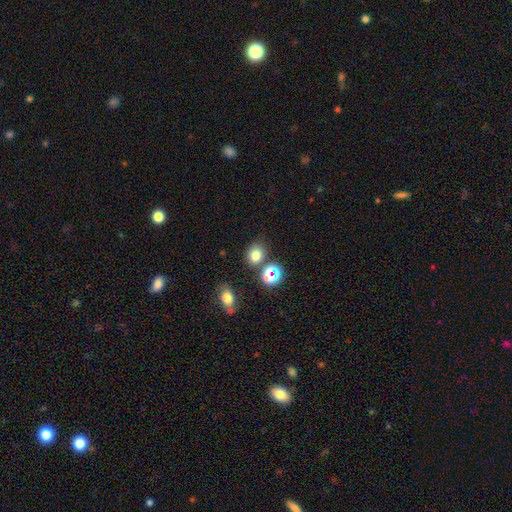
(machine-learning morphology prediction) smooth-or-featured: smooth: 74% | star or artifact: 19% | featured or disk: 7%
  how-rounded: round: 57% | in between: 42% | cigar-shaped: 1%
  merging: none: 71% | merger: 13% | minor disturbance: 12% | major disturbance: 4%